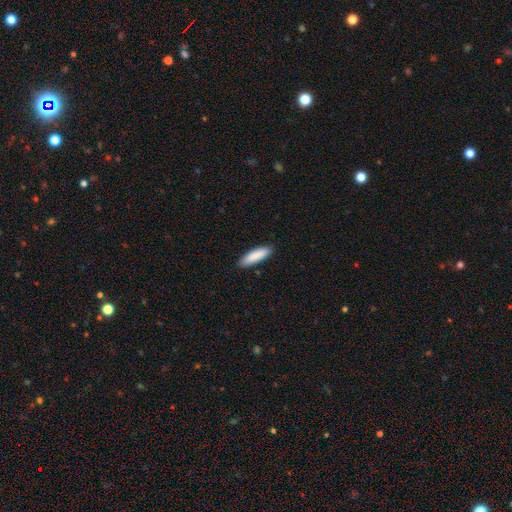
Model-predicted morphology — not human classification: smooth-or-featured: smooth: 88% | featured or disk: 6% | star or artifact: 5%
  how-rounded: cigar-shaped: 62% | in between: 37% | round: 1%
  merging: none: 89% | minor disturbance: 9% | major disturbance: 2% | merger: 1%